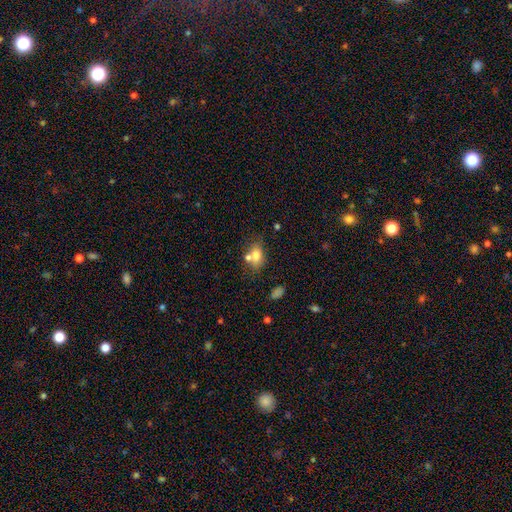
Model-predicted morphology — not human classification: Smooth or featured?
  - smooth: 74% *
  - featured or disk: 16%
  - star or artifact: 10%
How rounded?
  - in between: 77% *
  - round: 20%
  - cigar-shaped: 3%
Merging?
  - none: 48% *
  - merger: 31%
  - minor disturbance: 15%
  - major disturbance: 6%